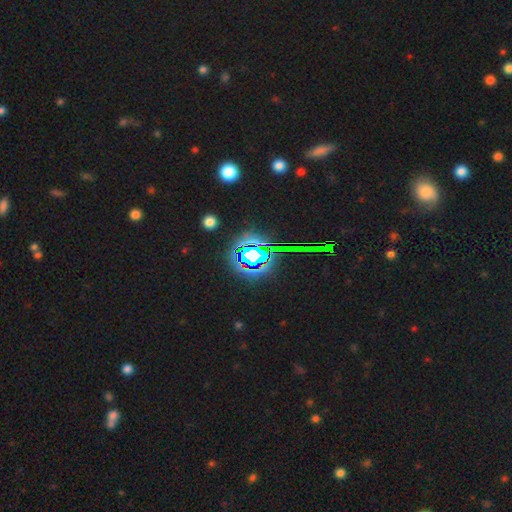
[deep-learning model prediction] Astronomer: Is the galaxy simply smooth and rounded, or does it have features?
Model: star or artifact — 82%.